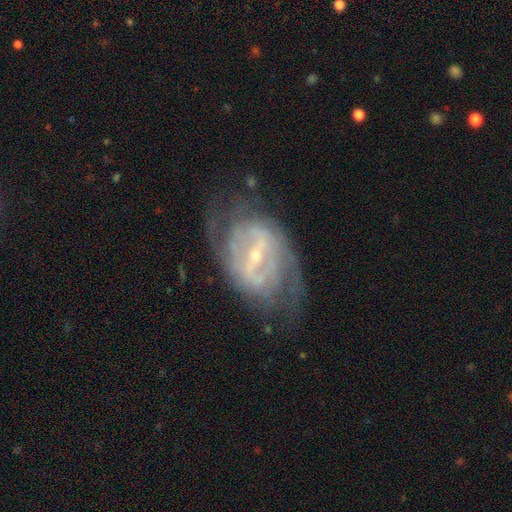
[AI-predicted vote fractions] A featured or disk galaxy (87%) with a strong bar (59%), 2 (49%) tight (45%) spiral arms (86%) and a small central bulge (74%).

Vote fractions:
- Smooth or featured? featured or disk: 87% / smooth: 7% / star or artifact: 6%
- Edge-on disk? no: 94% / yes: 6%
- Bar? strong: 59% / weak: 31% / no: 10%
- Spiral arms? yes: 86% / no: 14%
- Spiral winding? tight: 45% / medium: 40% / loose: 16%
- Spiral arm count? 2: 49% / can't tell: 30% / 3: 8% / 4: 6% / 1: 4% / more than 4: 4%
- Bulge size? small: 74% / moderate: 22% / large: 2% / none: 2% / dominant: 1%
- Merging? none: 67% / minor disturbance: 18% / major disturbance: 13% / merger: 2%